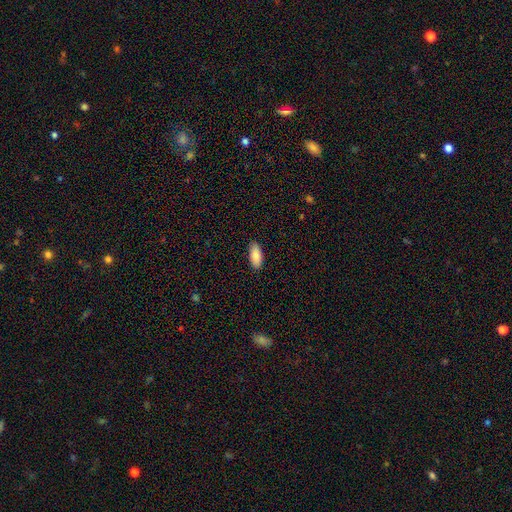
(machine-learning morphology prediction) A smooth galaxy with no disk features (87%) that is in between round and cigar-shaped (87%).

Vote fractions:
- Smooth or featured? smooth: 87% / featured or disk: 7% / star or artifact: 6%
- How rounded? in between: 87% / cigar-shaped: 11% / round: 2%
- Merging? none: 88% / minor disturbance: 9% / major disturbance: 2% / merger: 1%